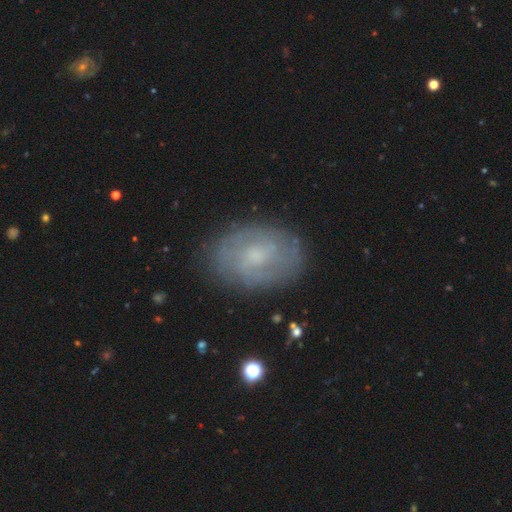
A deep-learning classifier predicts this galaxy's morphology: A featured or disk galaxy (61%) with no bar (58%), spiral arms (71%) and a small central bulge (47%).

Vote fractions:
- Smooth or featured? featured or disk: 61% / smooth: 31% / star or artifact: 8%
- Edge-on disk? no: 96% / yes: 4%
- Bar? no: 58% / weak: 36% / strong: 6%
- Spiral arms? yes: 71% / no: 29%
- Bulge size? small: 47% / moderate: 39% / none: 9% / large: 4% / dominant: 1%
- Merging? none: 79% / minor disturbance: 15% / major disturbance: 5% / merger: 1%